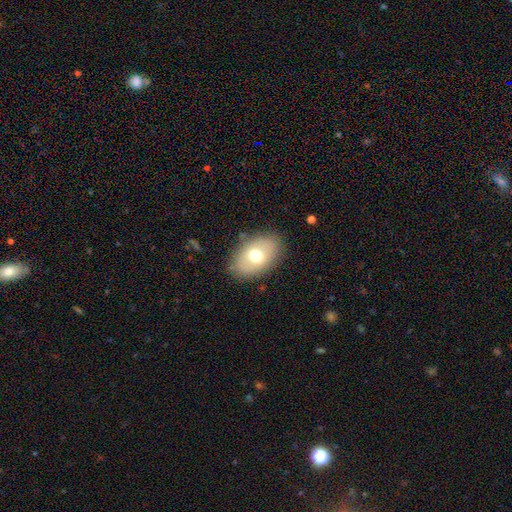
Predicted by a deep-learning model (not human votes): Q: Smooth or featured?
A: smooth (65%); runner-up: featured or disk (26%)
Q: How rounded?
A: in between (86%); runner-up: round (13%)
Q: Merging?
A: none (82%); runner-up: minor disturbance (13%)